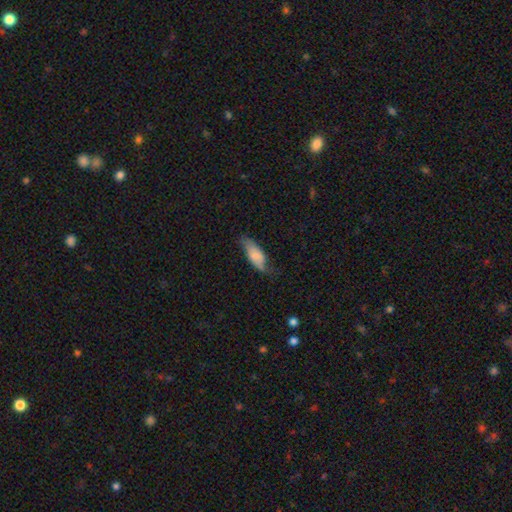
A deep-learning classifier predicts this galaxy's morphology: Smooth or featured? smooth (72%)
How rounded? in between (77%)
Merging? none (49%)